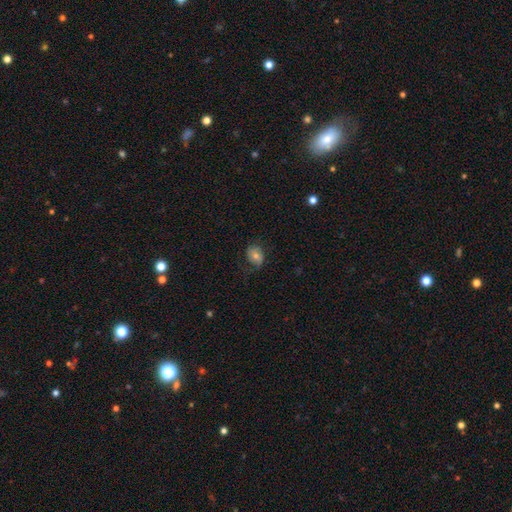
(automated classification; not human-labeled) smooth-or-featured: smooth: 58% | featured or disk: 32% | star or artifact: 10%
  how-rounded: in between: 61% | round: 38% | cigar-shaped: 1%
  merging: none: 62% | minor disturbance: 23% | major disturbance: 14% | merger: 1%